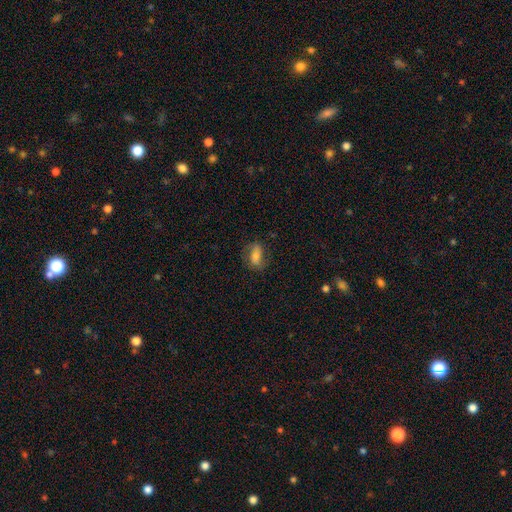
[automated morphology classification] The model was most divided on "smooth or featured": smooth: 64%, featured or disk: 27%, star or artifact: 9%. More confident: how rounded — in between (80%); merging — none (71%).